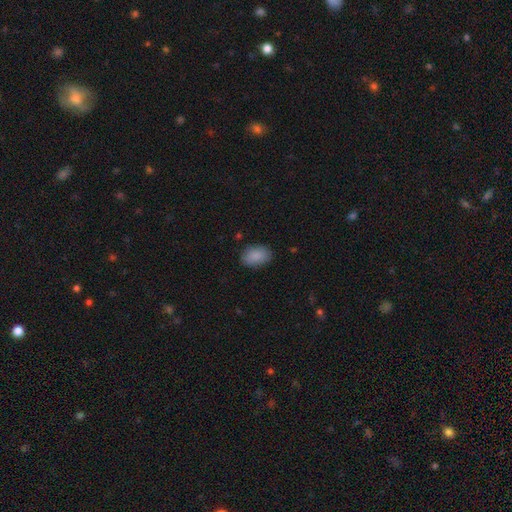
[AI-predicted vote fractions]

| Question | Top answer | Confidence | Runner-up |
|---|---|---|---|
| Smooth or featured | smooth | 88% | star or artifact (7%) |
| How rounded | in between | 85% | round (13%) |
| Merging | none | 82% | minor disturbance (14%) |